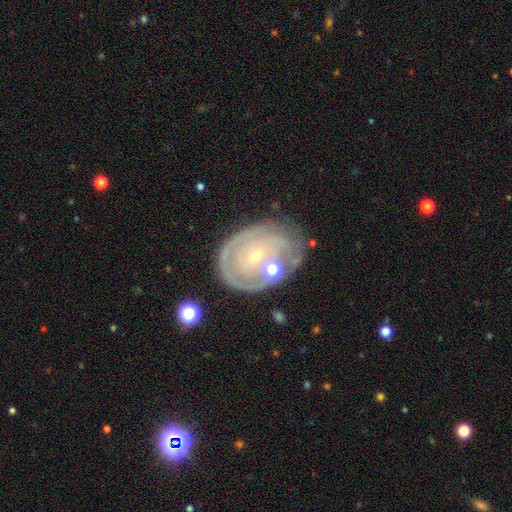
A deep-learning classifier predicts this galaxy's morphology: smooth-or-featured: featured or disk: 75% | smooth: 18% | star or artifact: 7%
  disk-edge-on: no: 96% | yes: 4%
    bar: no: 79% | weak: 16% | strong: 5%
    has-spiral-arms: yes: 67% | no: 33%
    bulge-size: small: 75% | moderate: 21% | none: 2% | large: 1% | dominant: 1%
  merging: none: 62% | minor disturbance: 19% | merger: 10% | major disturbance: 9%